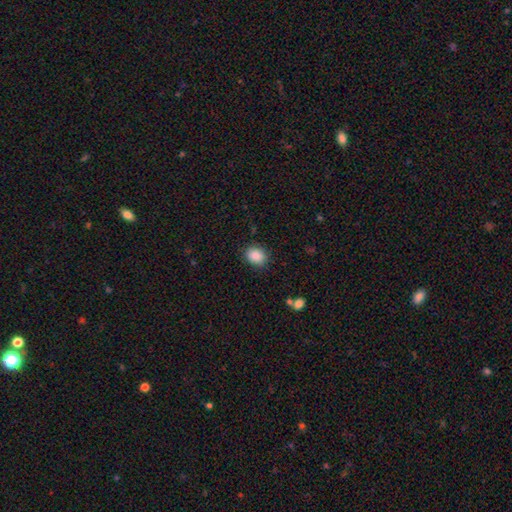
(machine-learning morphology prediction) smooth_or_featured: smooth (p=0.88) [alt: star or artifact p=0.08]
how_rounded: in between (p=0.50) [alt: round p=0.49]
merging: none (p=0.85) [alt: minor disturbance p=0.10]